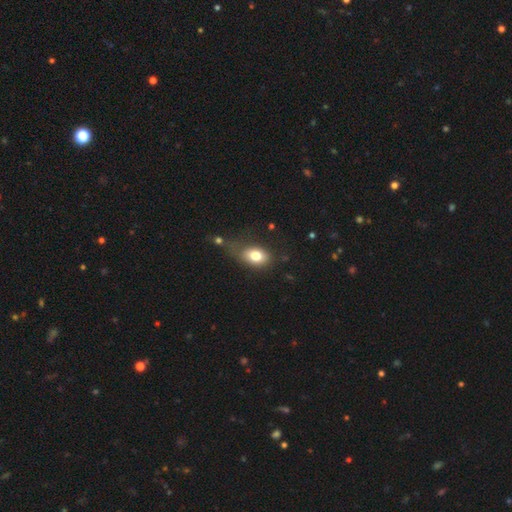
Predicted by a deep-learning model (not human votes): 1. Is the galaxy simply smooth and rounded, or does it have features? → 78% smooth, 13% featured or disk, 9% star or artifact.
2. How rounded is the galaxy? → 82% in between, 16% round, 2% cigar-shaped.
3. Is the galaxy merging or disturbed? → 50% none, 26% minor disturbance, 17% major disturbance, 7% merger.